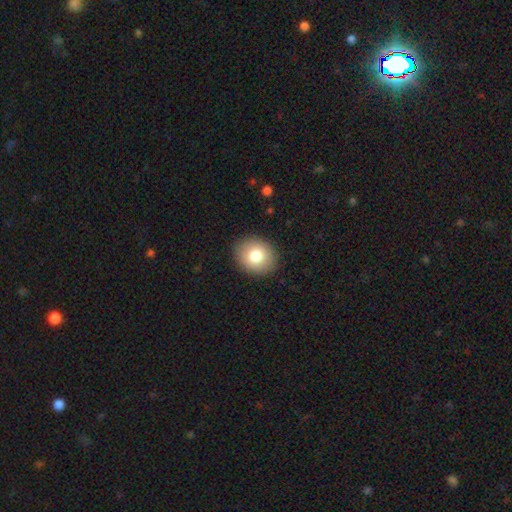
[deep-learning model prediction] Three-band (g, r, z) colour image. It shows a smooth galaxy with no disk features (81%) that is round (57%). Merging: none (90%).